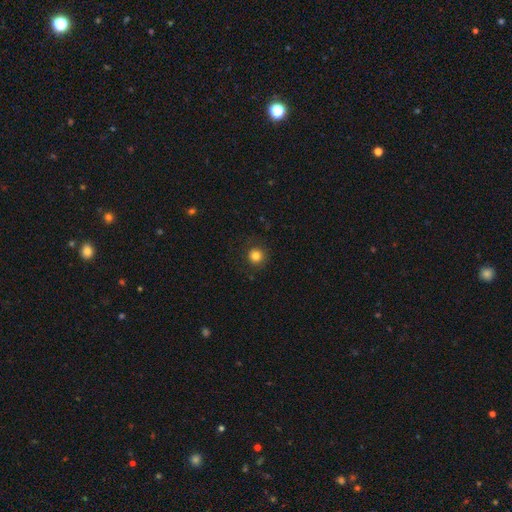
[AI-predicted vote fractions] smooth 82%, star or artifact 13%, featured or disk 5%. Down the decision tree: how rounded — round (94%); merging — none (89%).